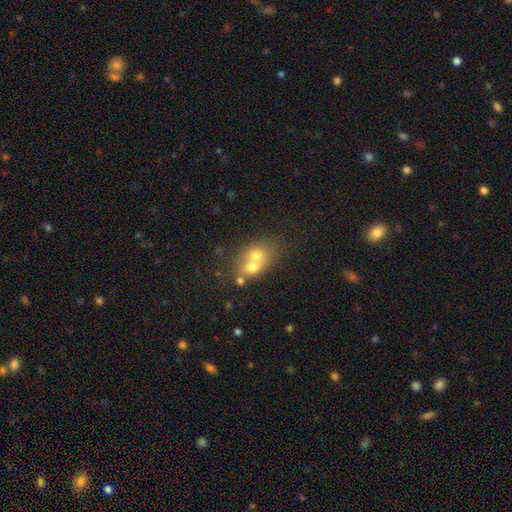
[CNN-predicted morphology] smooth_or_featured: smooth (p=0.64) [alt: featured or disk p=0.25]
how_rounded: round (p=0.52) [alt: in between p=0.47]
merging: merger (p=0.67) [alt: none p=0.23]